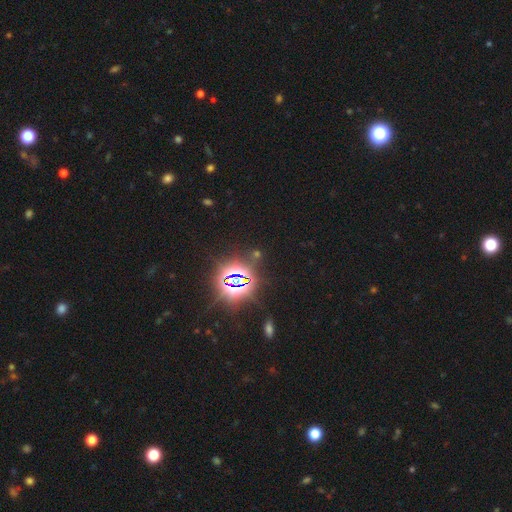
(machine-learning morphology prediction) This is clearly a star or artifact rather than a galaxy (81%).